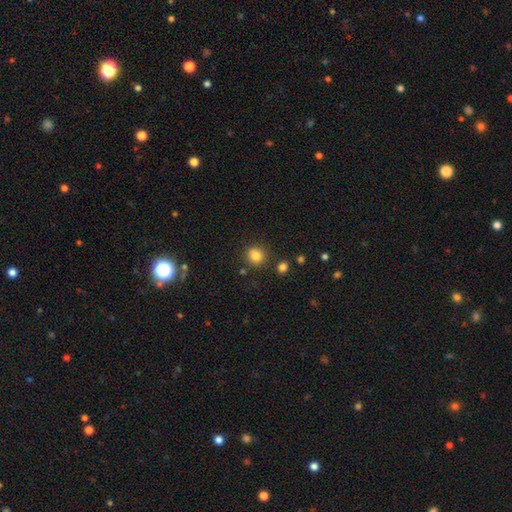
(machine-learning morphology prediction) Q: Smooth or featured?
A: smooth (83%); runner-up: star or artifact (12%)
Q: How rounded?
A: round (84%); runner-up: in between (15%)
Q: Merging?
A: none (83%); runner-up: minor disturbance (9%)